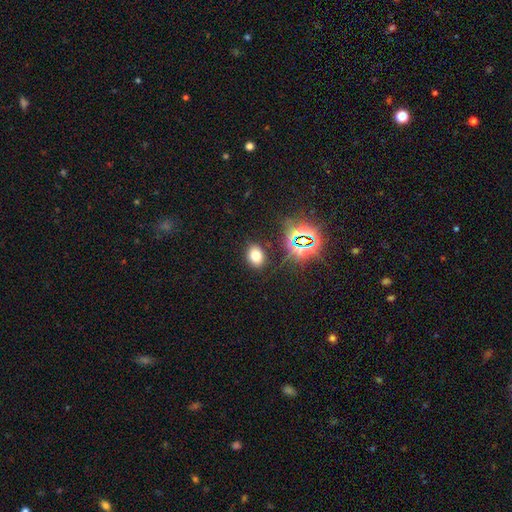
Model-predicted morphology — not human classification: smooth-or-featured: smooth: 69% | star or artifact: 23% | featured or disk: 8%
  how-rounded: in between: 70% | round: 29% | cigar-shaped: 1%
  merging: none: 85% | minor disturbance: 9% | major disturbance: 3% | merger: 2%